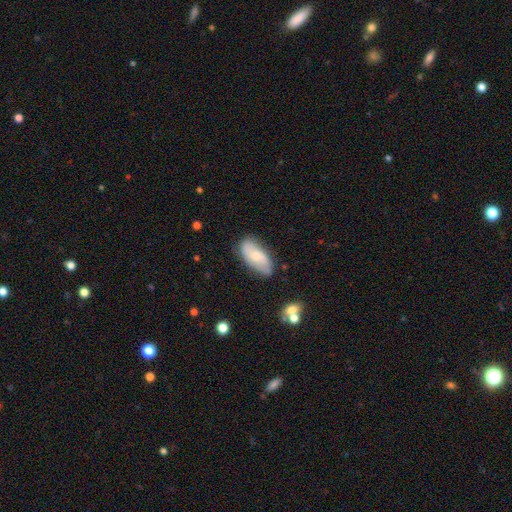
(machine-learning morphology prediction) smooth 56%, featured or disk 37%, star or artifact 7%. Down the decision tree: how rounded — in between (88%); merging — none (71%).